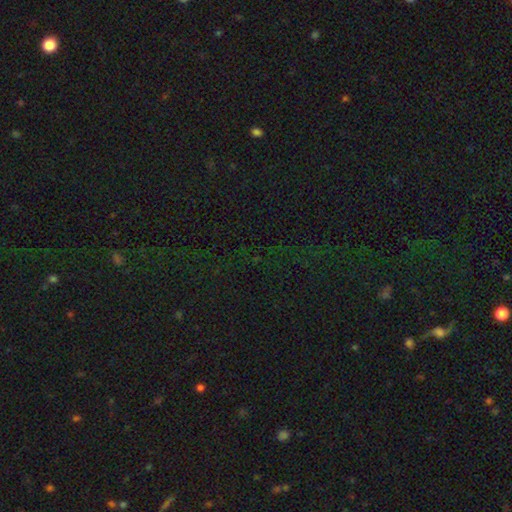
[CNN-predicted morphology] A star or artifact, not a galaxy (77%).

Vote fractions:
- Smooth or featured? star or artifact: 77% / smooth: 14% / featured or disk: 9%